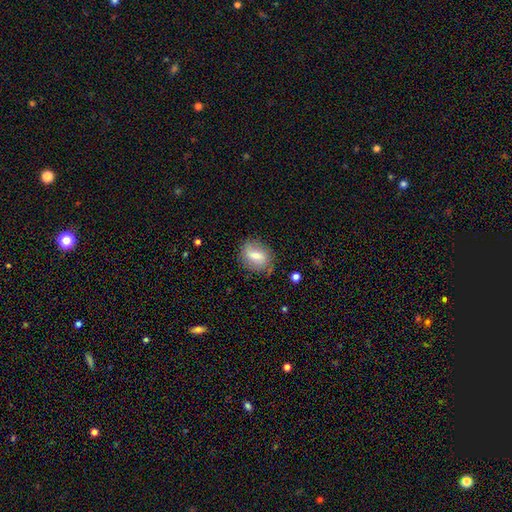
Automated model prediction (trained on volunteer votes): smooth-or-featured: smooth: 60% | featured or disk: 32% | star or artifact: 8%
  how-rounded: in between: 57% | round: 41% | cigar-shaped: 2%
  merging: none: 74% | minor disturbance: 19% | major disturbance: 5% | merger: 2%